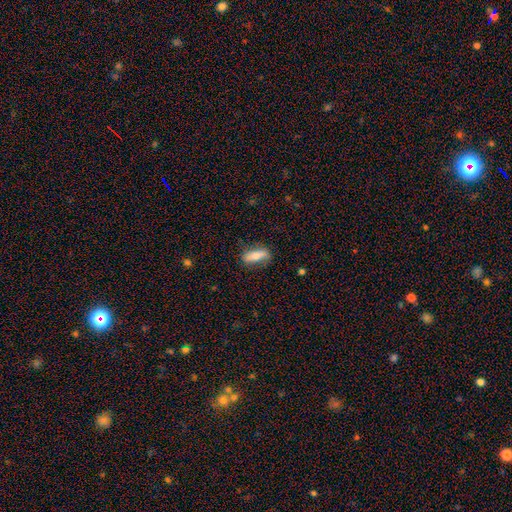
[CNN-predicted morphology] A smooth galaxy with no disk features (63%) that is in between round and cigar-shaped (62%). Merging: none (79%).